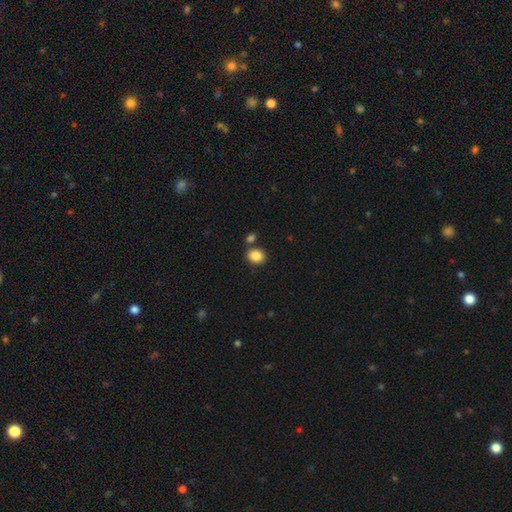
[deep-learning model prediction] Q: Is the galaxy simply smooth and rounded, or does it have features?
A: smooth — 87%.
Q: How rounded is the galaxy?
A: round — 57%.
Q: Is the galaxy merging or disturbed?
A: none — 77%.